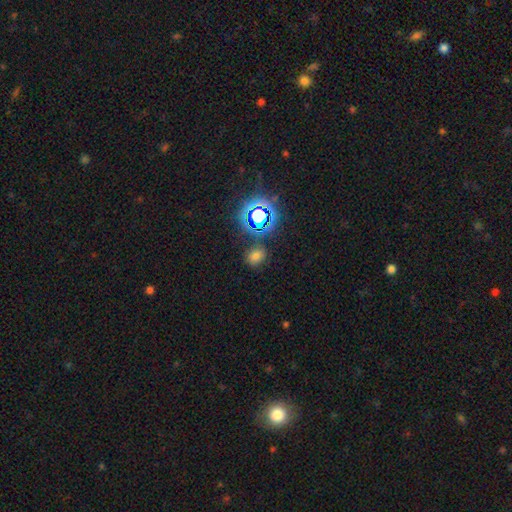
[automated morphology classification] smooth 63%, star or artifact 30%, featured or disk 7%. Down the decision tree: how rounded — in between (53%); merging — none (80%).